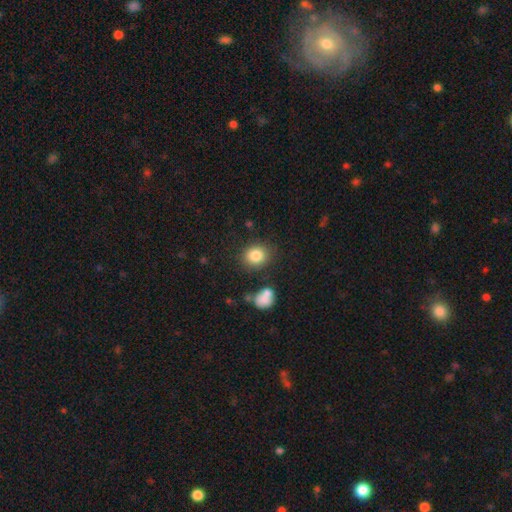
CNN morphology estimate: A smooth galaxy with no disk features (82%) that is round (68%). Merging: none (80%).